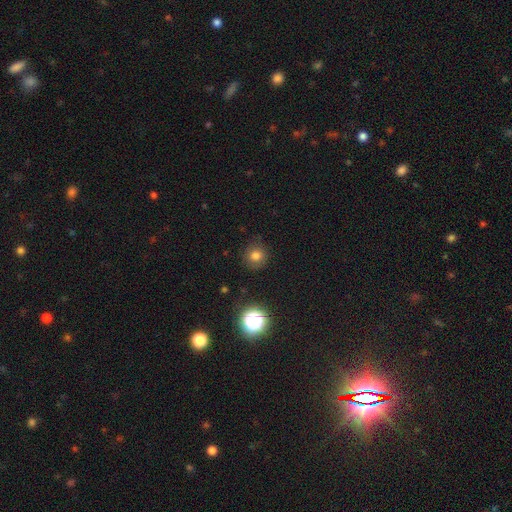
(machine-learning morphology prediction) smooth 76%, star or artifact 17%, featured or disk 7%. Down the decision tree: how rounded — round (90%); merging — none (86%).